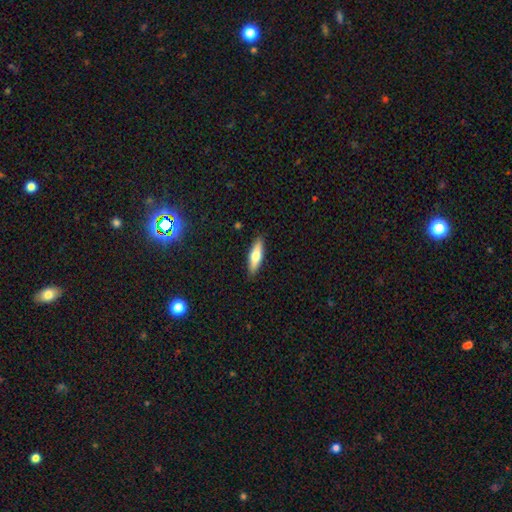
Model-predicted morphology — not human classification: Smooth or featured? Predicted: smooth (p=0.60). How rounded? Predicted: cigar-shaped (p=0.56). Merging? Predicted: none (p=0.89).